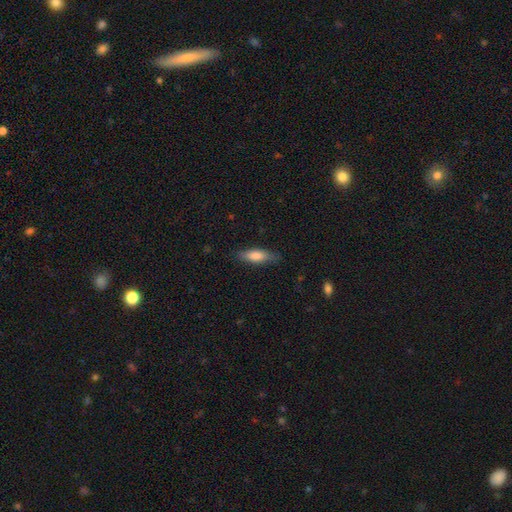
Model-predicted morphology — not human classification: Smooth or featured? smooth (74%)
How rounded? cigar-shaped (54%)
Merging? none (83%)